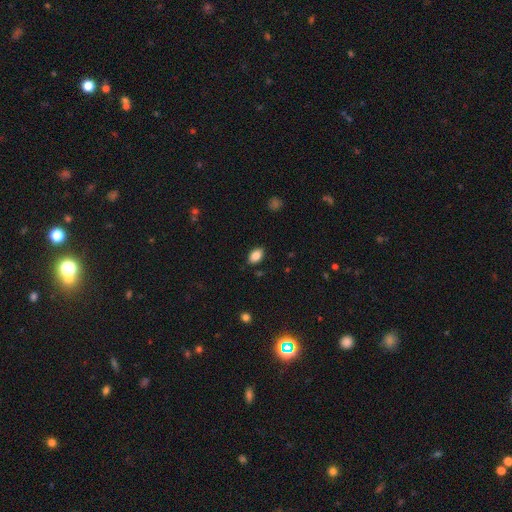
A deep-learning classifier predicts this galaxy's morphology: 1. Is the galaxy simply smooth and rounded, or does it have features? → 86% smooth, 8% star or artifact, 6% featured or disk.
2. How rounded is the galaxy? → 88% in between, 10% round, 1% cigar-shaped.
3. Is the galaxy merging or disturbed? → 86% none, 11% minor disturbance, 2% major disturbance, 1% merger.